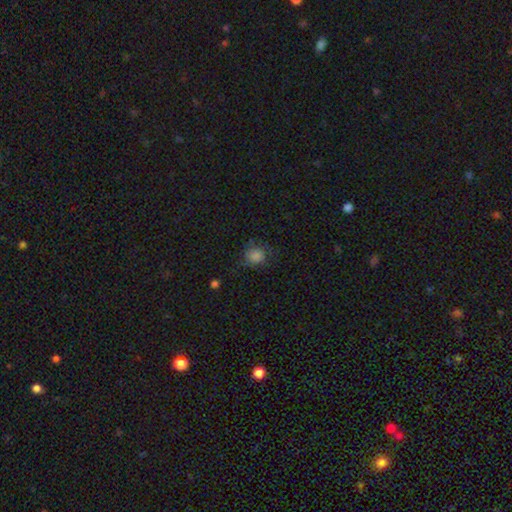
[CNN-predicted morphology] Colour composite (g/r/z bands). It shows a smooth galaxy with no disk features (80%) that is round (79%). Merging: none (68%).